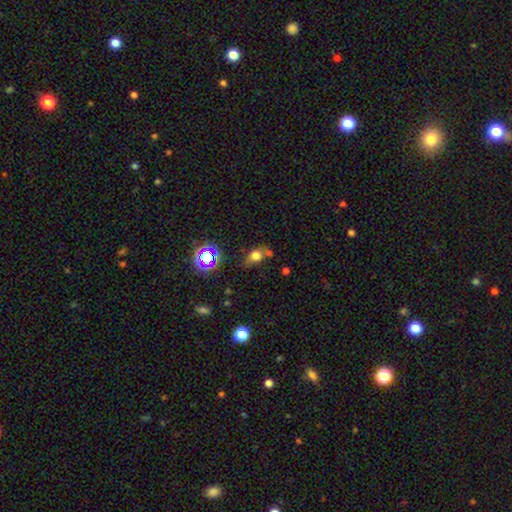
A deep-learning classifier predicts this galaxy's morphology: The model was most divided on "how rounded": in between: 55%, round: 43%, cigar-shaped: 3%. More confident: smooth or featured — smooth (68%); merging — none (57%).